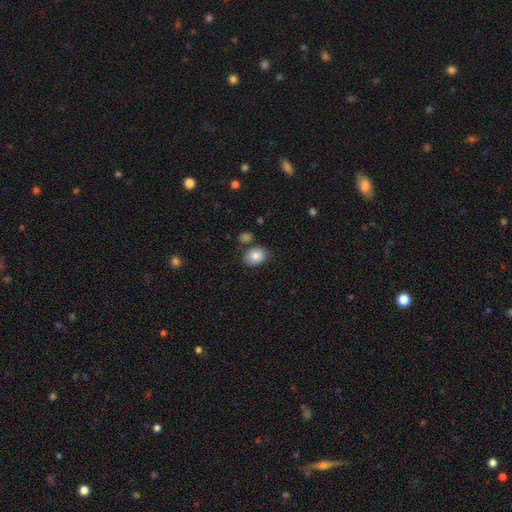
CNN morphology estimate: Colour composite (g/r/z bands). It shows a smooth galaxy with no disk features (85%) that is in between round and cigar-shaped (69%). Merging: none (75%).